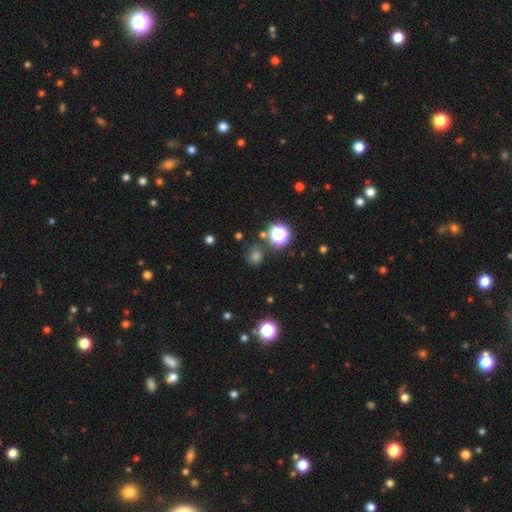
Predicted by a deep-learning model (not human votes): This is possibly a smooth galaxy (53%). How rounded: clearly round (83%). Merging: likely none (79%).